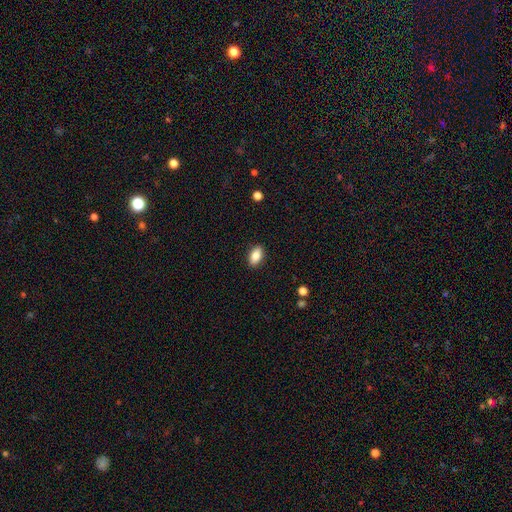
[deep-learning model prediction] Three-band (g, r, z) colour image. It shows a smooth galaxy with no disk features (84%) that is in between round and cigar-shaped (90%). Merging: none (89%).